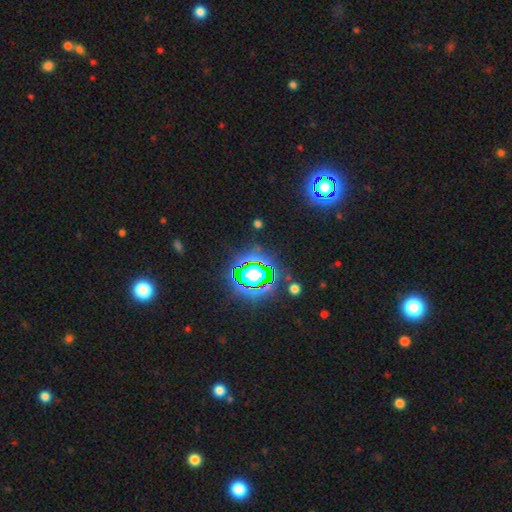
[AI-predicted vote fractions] A star or artifact, not a galaxy (83%).

Vote fractions:
- Smooth or featured? star or artifact: 83% / smooth: 10% / featured or disk: 7%